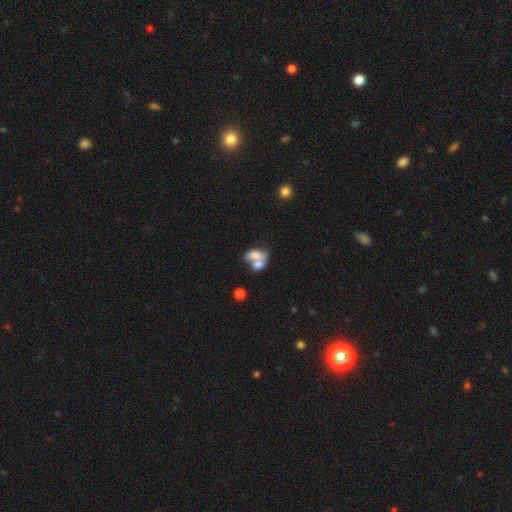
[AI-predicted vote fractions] This appears to be a smooth galaxy with no disk features (71%) that is in between round and cigar-shaped (82%). Merging: merger (64%).